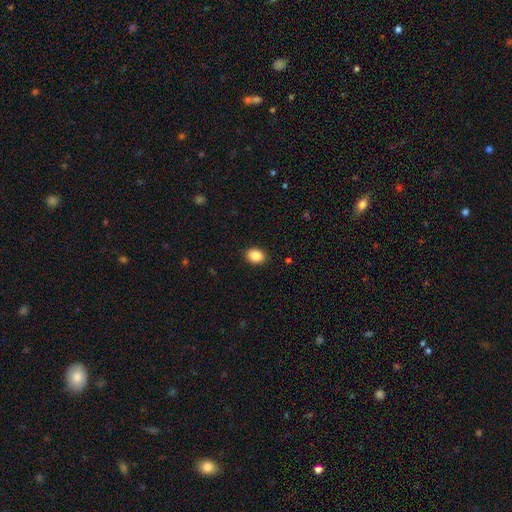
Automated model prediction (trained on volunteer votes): This appears to be a smooth galaxy with no disk features (87%) that is in between round and cigar-shaped (62%). Merging: none (90%).